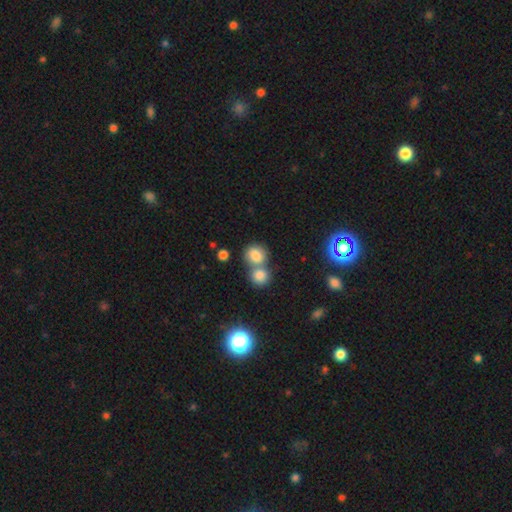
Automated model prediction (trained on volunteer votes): Smooth or featured? smooth (80%)
How rounded? round (73%)
Merging? merger (47%)